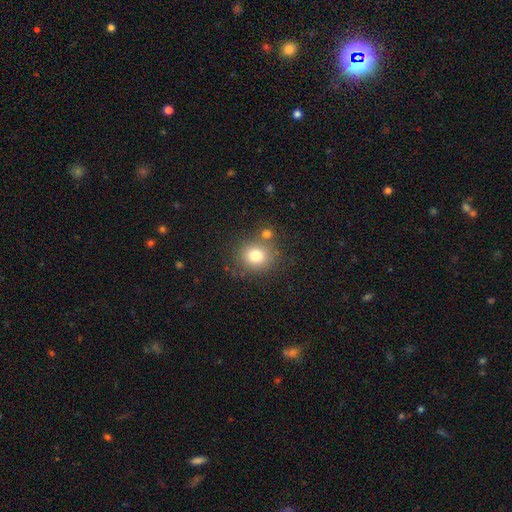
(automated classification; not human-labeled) smooth 78%, star or artifact 12%, featured or disk 10%. Down the decision tree: how rounded — round (75%); merging — none (70%).